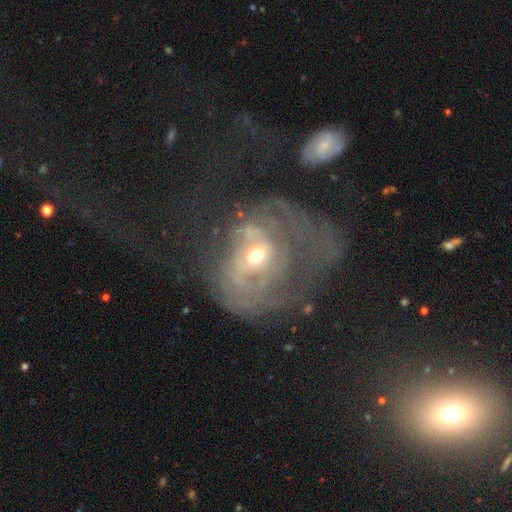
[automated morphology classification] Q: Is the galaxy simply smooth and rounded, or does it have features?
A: featured or disk — 78%.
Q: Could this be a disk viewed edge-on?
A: no — 96%.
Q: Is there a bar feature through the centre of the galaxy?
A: no — 55%.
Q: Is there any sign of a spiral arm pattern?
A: yes — 70%.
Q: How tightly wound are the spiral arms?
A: tight — 49%.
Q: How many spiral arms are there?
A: can't tell — 48%.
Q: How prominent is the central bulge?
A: small — 48%.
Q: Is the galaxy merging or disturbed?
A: major disturbance — 44%.